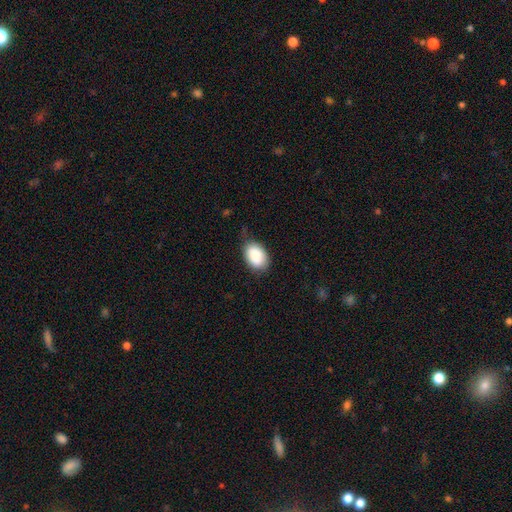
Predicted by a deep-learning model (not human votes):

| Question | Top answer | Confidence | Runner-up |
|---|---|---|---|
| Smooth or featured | smooth | 88% | star or artifact (6%) |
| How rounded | in between | 87% | round (12%) |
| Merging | none | 73% | minor disturbance (22%) |